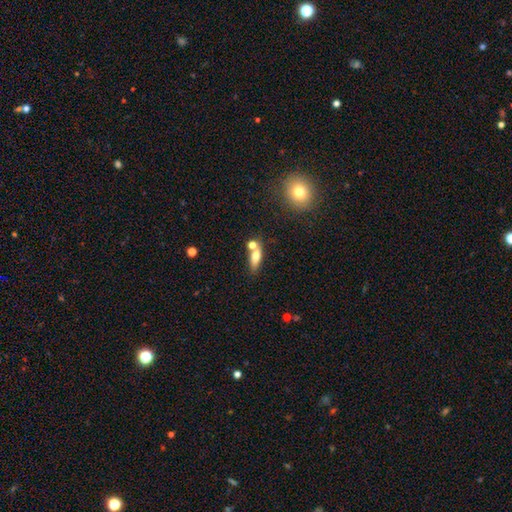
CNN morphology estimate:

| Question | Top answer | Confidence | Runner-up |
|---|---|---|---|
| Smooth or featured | smooth | 70% | featured or disk (20%) |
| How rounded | in between | 61% | cigar-shaped (33%) |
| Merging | none | 54% | merger (28%) |